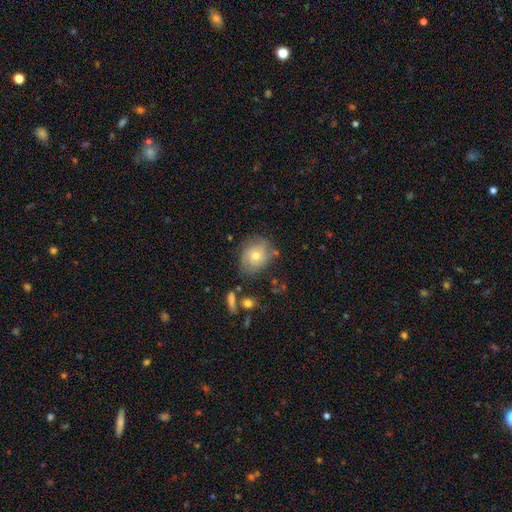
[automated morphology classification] Smooth or featured: smooth — 47% (featured or disk — 43%)
Merging: none — 69% (minor disturbance — 21%)